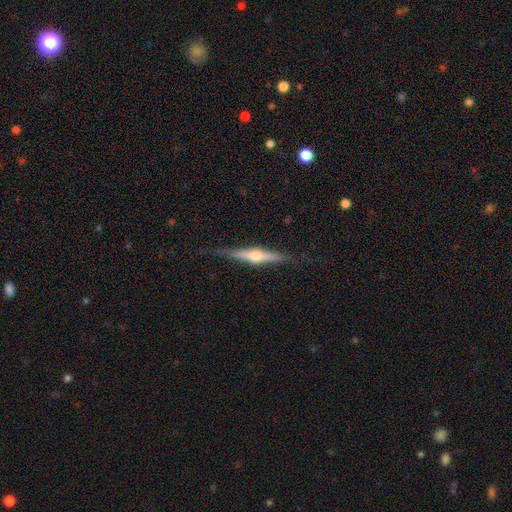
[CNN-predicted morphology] This is likely a featured or disk galaxy (74%). It is clearly viewed edge-on (98%). Edge-on bulge: clearly rounded (90%). Merging: clearly none (84%).